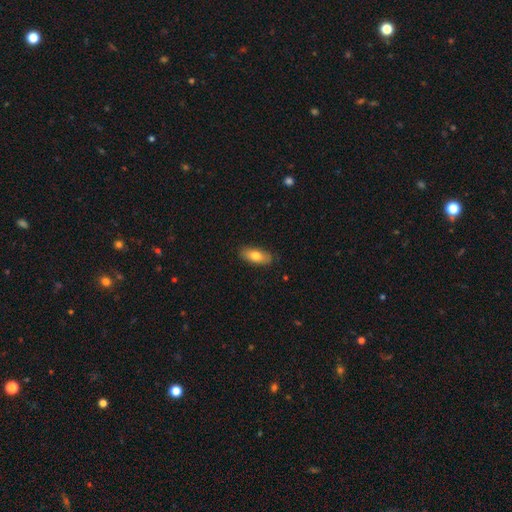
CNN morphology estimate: type=smooth (76%); roundness=in between (82%); merging=none (86%).